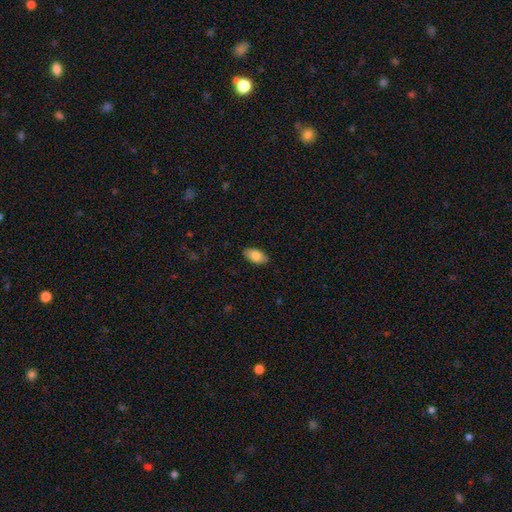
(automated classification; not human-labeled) Smooth or featured?
  - smooth: 81% *
  - featured or disk: 12%
  - star or artifact: 7%
How rounded?
  - in between: 94% *
  - round: 4%
  - cigar-shaped: 3%
Merging?
  - none: 88% *
  - minor disturbance: 9%
  - major disturbance: 2%
  - merger: 1%